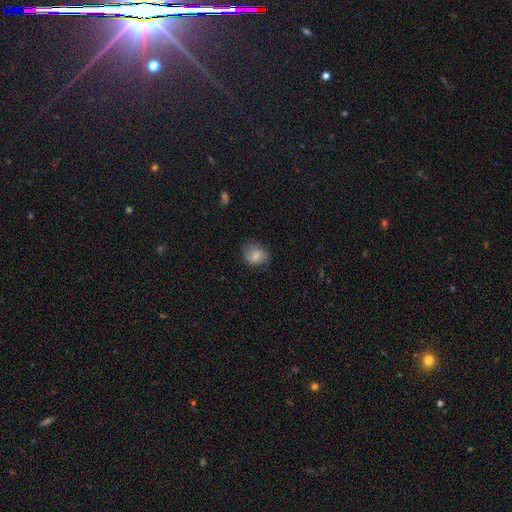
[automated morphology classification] A smooth galaxy with no disk features (77%) that is round (55%). Merging: none (69%).